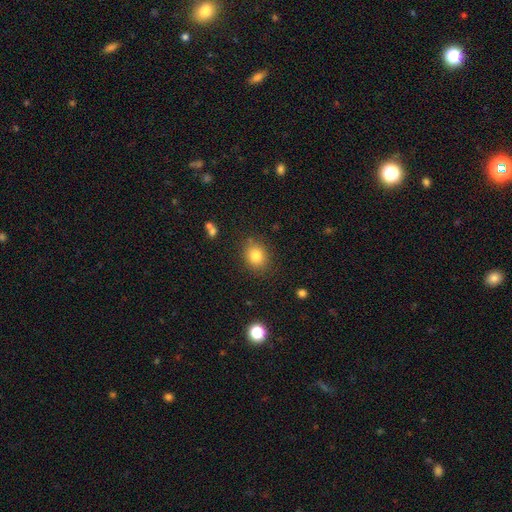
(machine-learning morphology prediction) The model was most divided on "how rounded": round: 62%, in between: 37%, cigar-shaped: 1%. More confident: merging — none (83%); smooth or featured — smooth (82%).